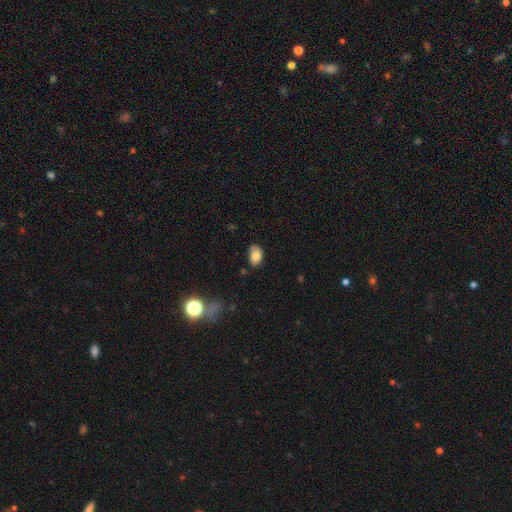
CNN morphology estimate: This appears to be a smooth galaxy with no disk features (80%) that is in between round and cigar-shaped (84%). Merging: none (69%).